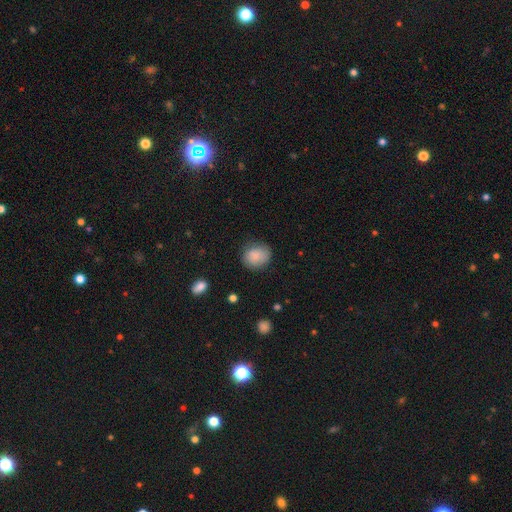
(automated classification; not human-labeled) Q: Smooth or featured?
A: smooth (85%); runner-up: star or artifact (8%)
Q: How rounded?
A: round (66%); runner-up: in between (33%)
Q: Merging?
A: none (76%); runner-up: minor disturbance (18%)